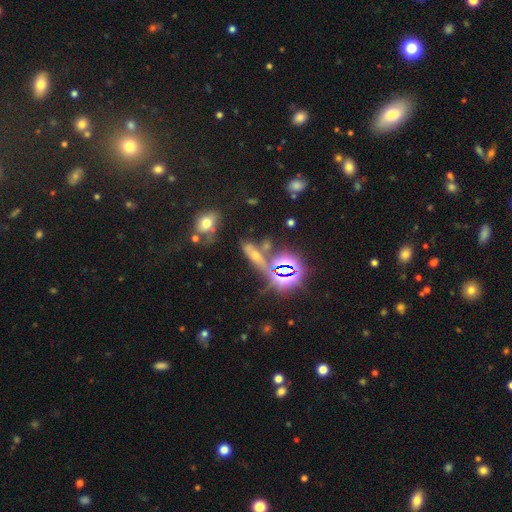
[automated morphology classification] Smooth or featured? Predicted: smooth (p=0.43). Merging? Predicted: none (p=0.57).